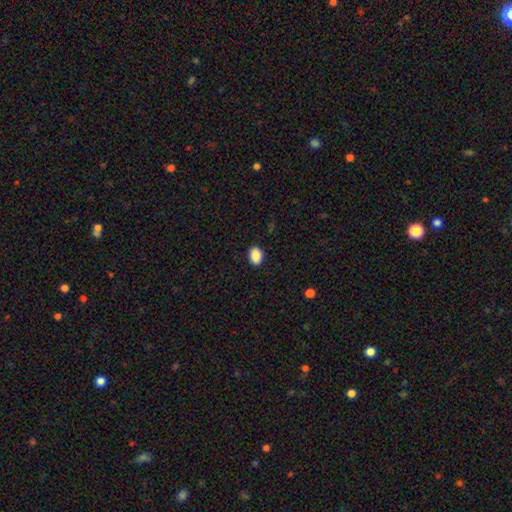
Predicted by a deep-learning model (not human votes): Overall: smooth (90%). How rounded: in between (80%). Merging: none (89%).